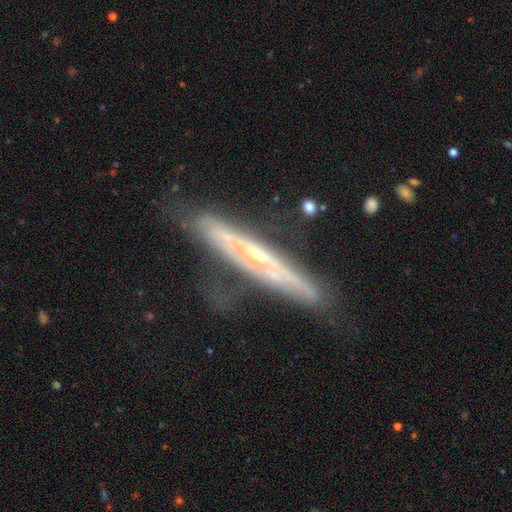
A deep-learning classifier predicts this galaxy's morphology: Smooth or featured? Predicted: featured or disk (p=0.79). Edge-on disk? Predicted: yes (p=0.71). Edge-on bulge? Predicted: rounded (p=0.48). Merging? Predicted: none (p=0.65).